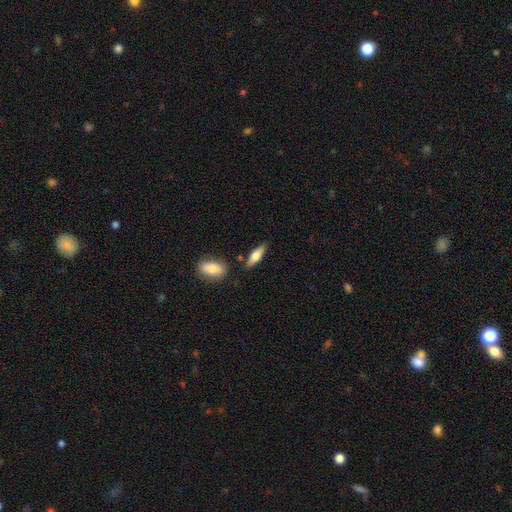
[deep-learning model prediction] smooth_or_featured: smooth (p=0.59) [alt: featured or disk p=0.35]
how_rounded: in between (p=0.50) [alt: cigar-shaped p=0.47]
merging: none (p=0.79) [alt: minor disturbance p=0.12]